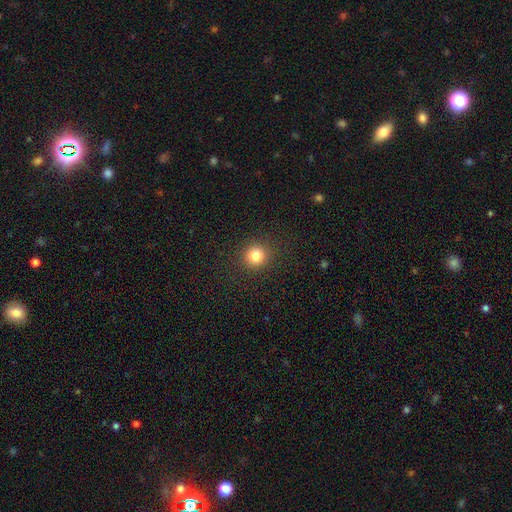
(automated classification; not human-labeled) Q: Smooth or featured?
A: smooth (82%); runner-up: star or artifact (12%)
Q: How rounded?
A: round (92%); runner-up: in between (7%)
Q: Merging?
A: none (90%); runner-up: minor disturbance (6%)